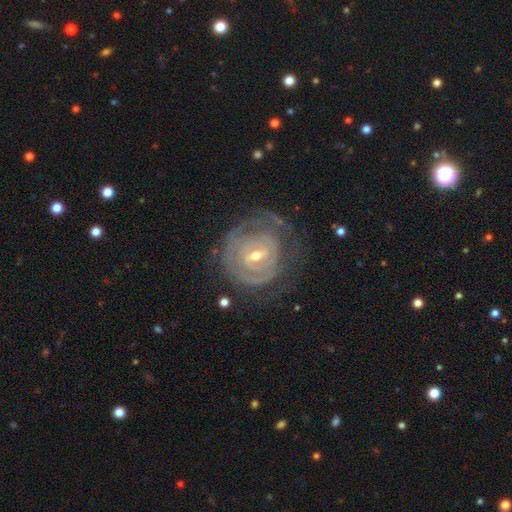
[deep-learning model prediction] smooth-or-featured: featured or disk: 83% | smooth: 11% | star or artifact: 6%
  disk-edge-on: no: 96% | yes: 4%
    bar: weak: 52% | strong: 28% | no: 20%
    has-spiral-arms: yes: 83% | no: 17%
      spiral-winding: tight: 78% | medium: 17% | loose: 6%
      spiral-arm-count: can't tell: 50% | 2: 22% | 3: 10% | 1: 7% | 4: 6% | more than 4: 4%
    bulge-size: small: 53% | moderate: 43% | large: 2% | none: 1% | dominant: 1%
  merging: none: 64% | minor disturbance: 19% | major disturbance: 15% | merger: 2%